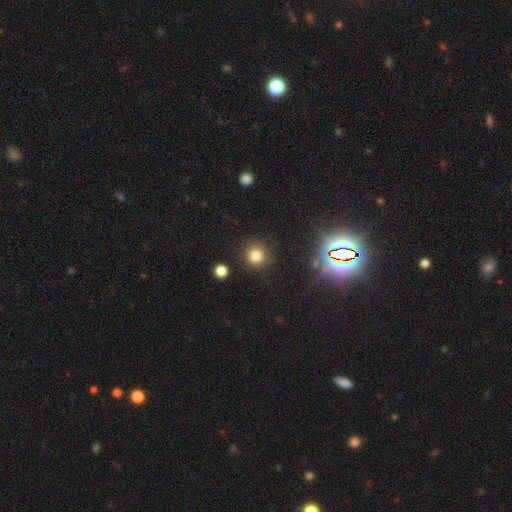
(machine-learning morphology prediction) type=smooth (78%); roundness=round (93%); merging=none (87%).